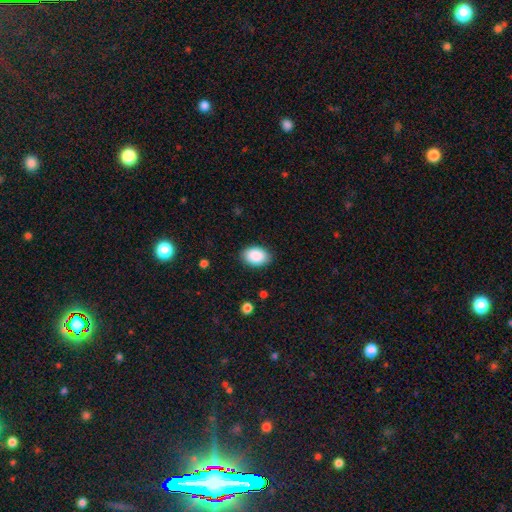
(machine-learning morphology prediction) Q: Smooth or featured?
A: smooth (90%); runner-up: star or artifact (7%)
Q: How rounded?
A: in between (84%); runner-up: round (15%)
Q: Merging?
A: none (86%); runner-up: minor disturbance (10%)